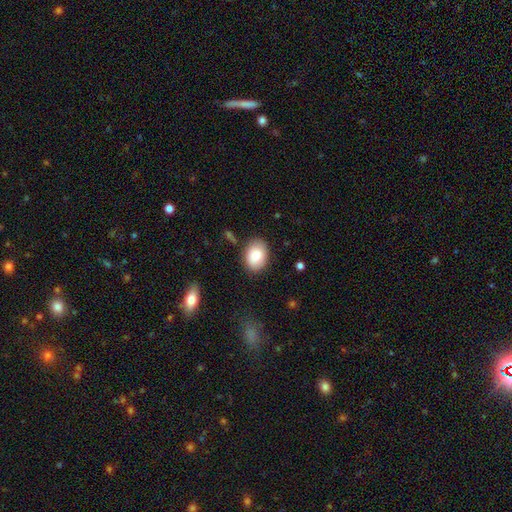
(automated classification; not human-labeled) Overall: smooth (84%). How rounded: in between (74%). Merging: none (83%).